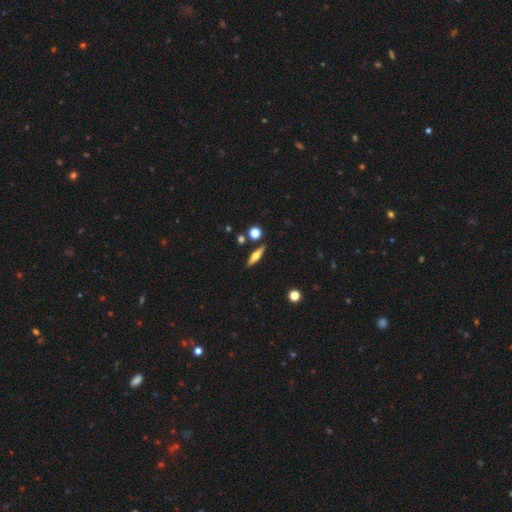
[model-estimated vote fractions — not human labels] Morphology: type=featured or disk (47%); merging=none (85%).